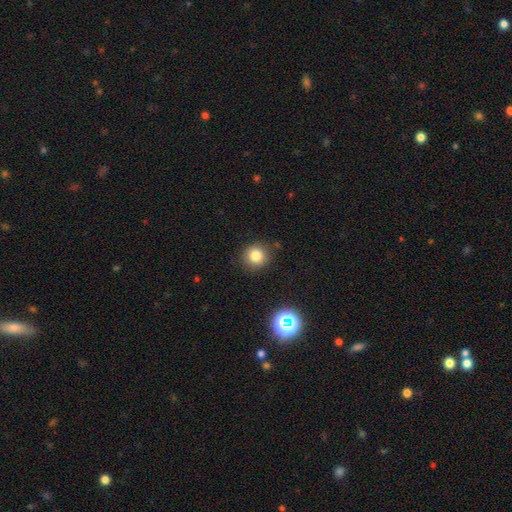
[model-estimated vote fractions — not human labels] smooth-or-featured: smooth: 80% | star or artifact: 14% | featured or disk: 6%
  how-rounded: round: 90% | in between: 9% | cigar-shaped: 1%
  merging: none: 87% | minor disturbance: 9% | major disturbance: 3% | merger: 2%